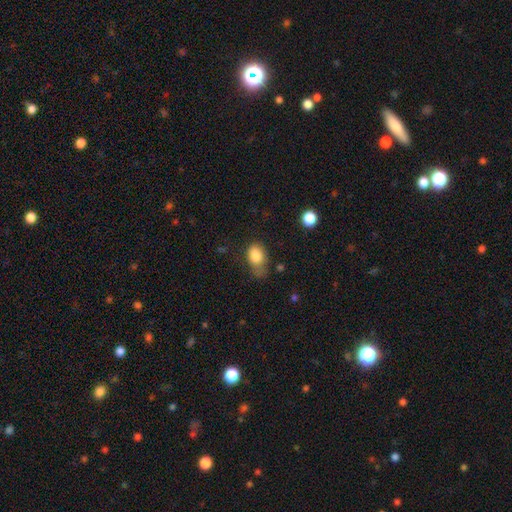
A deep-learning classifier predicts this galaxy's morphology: smooth 83%, featured or disk 9%, star or artifact 9%. Down the decision tree: how rounded — in between (78%); merging — minor disturbance (37%).